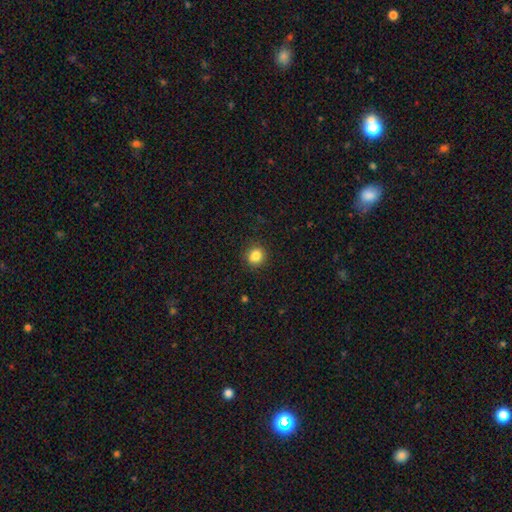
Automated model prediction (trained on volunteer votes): Smooth or featured: smooth — 84% (star or artifact — 11%)
How rounded: round — 86% (in between — 13%)
Merging: none — 89% (minor disturbance — 8%)